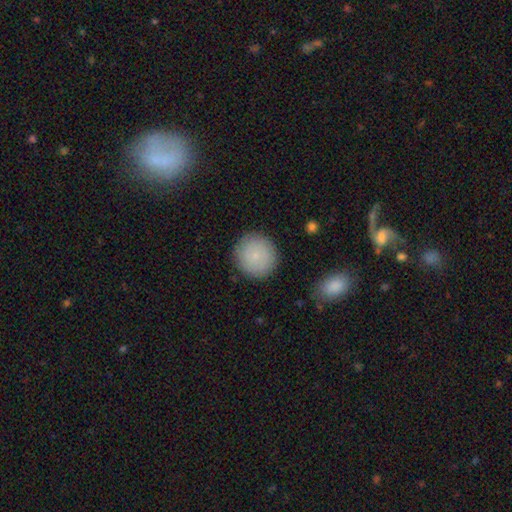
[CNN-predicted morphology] A smooth galaxy with no disk features (77%) that is round (93%). Merging: none (88%).